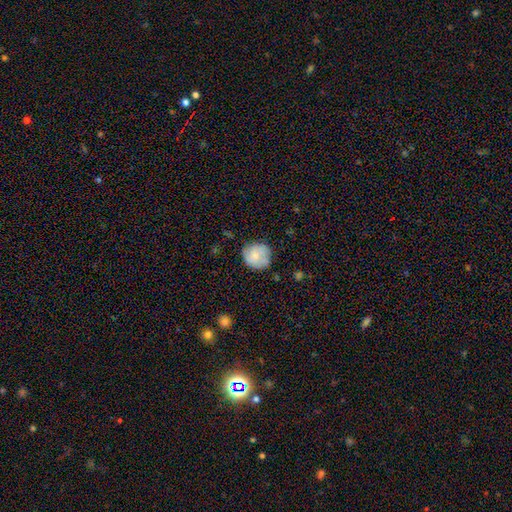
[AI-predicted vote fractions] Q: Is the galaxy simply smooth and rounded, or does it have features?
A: smooth — 66%.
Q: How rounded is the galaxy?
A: round — 88%.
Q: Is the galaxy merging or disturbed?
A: none — 70%.